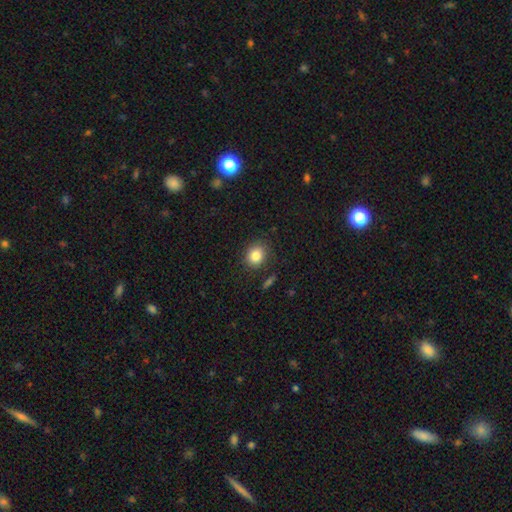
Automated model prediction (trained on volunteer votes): This is clearly a smooth galaxy (84%). How rounded: likely round (71%). Merging: clearly none (84%).